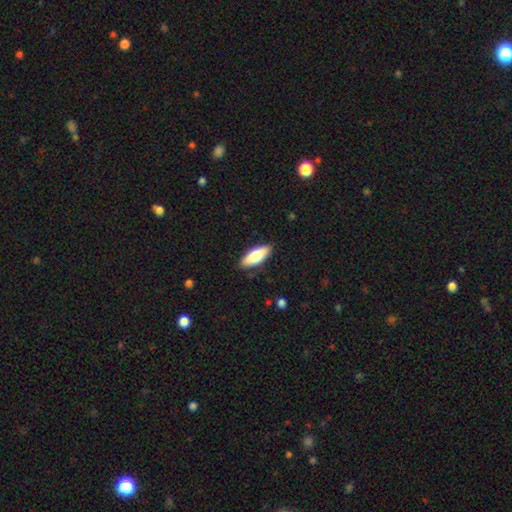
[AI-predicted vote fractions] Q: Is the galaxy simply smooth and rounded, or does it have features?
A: smooth — 79%.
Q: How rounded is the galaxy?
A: in between — 74%.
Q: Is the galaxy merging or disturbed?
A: none — 86%.